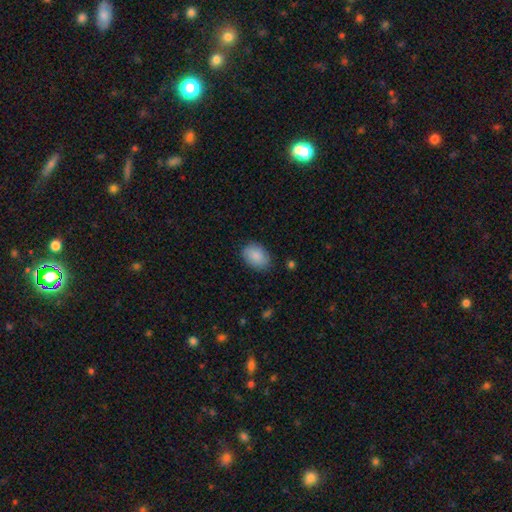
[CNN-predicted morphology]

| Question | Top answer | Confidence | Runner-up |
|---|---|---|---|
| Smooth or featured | smooth | 88% | star or artifact (7%) |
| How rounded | in between | 82% | round (17%) |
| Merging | none | 83% | minor disturbance (13%) |